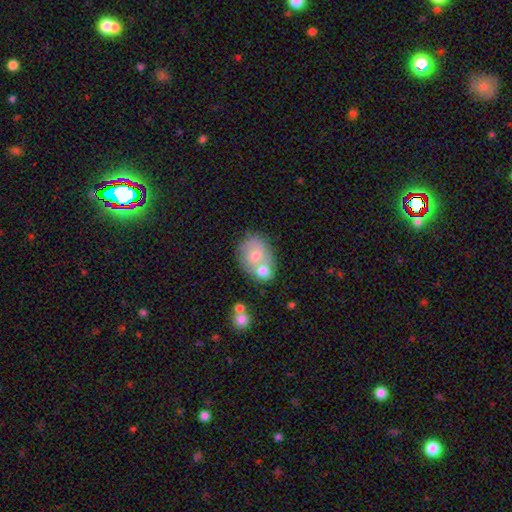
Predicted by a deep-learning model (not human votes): smooth_or_featured: smooth (p=0.60) [alt: featured or disk p=0.32]
how_rounded: in between (p=0.51) [alt: round p=0.48]
merging: merger (p=0.47) [alt: none p=0.34]